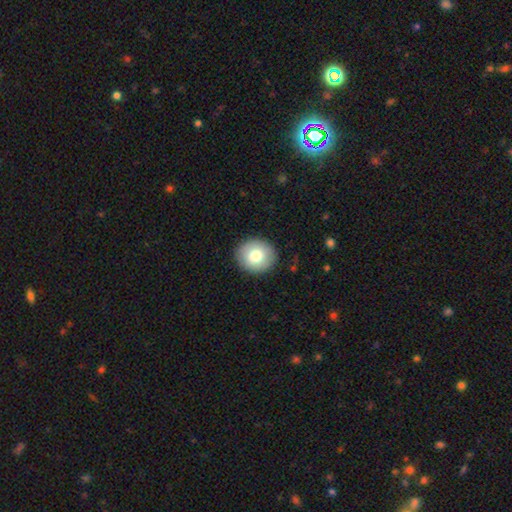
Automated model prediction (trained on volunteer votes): Smooth or featured: smooth — 79% (featured or disk — 13%)
How rounded: round — 83% (in between — 16%)
Merging: none — 91% (minor disturbance — 6%)